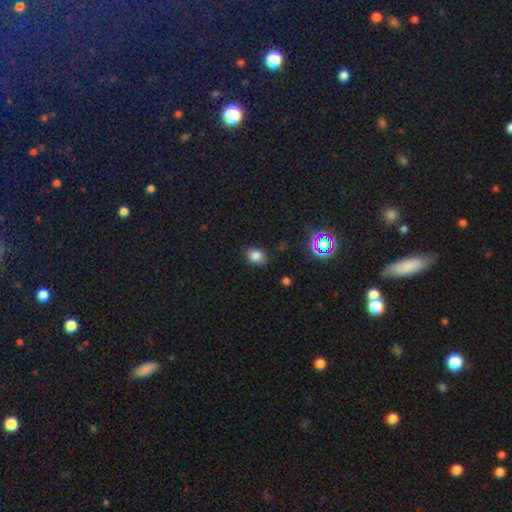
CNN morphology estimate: This appears to be a smooth galaxy with no disk features (80%) that is in between round and cigar-shaped (51%). Merging: none (82%).